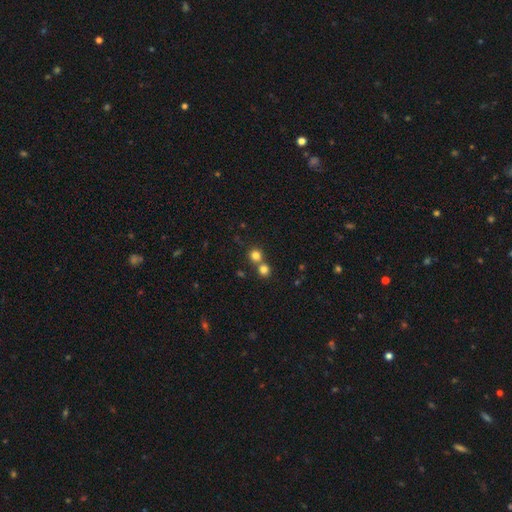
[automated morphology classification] Smooth or featured? smooth (78%)
How rounded? round (91%)
Merging? none (57%)